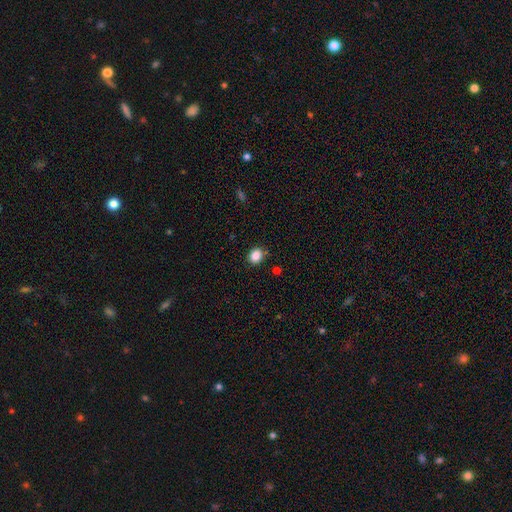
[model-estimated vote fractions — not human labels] Q: Smooth or featured?
A: smooth (86%); runner-up: star or artifact (10%)
Q: How rounded?
A: round (58%); runner-up: in between (41%)
Q: Merging?
A: none (84%); runner-up: minor disturbance (10%)